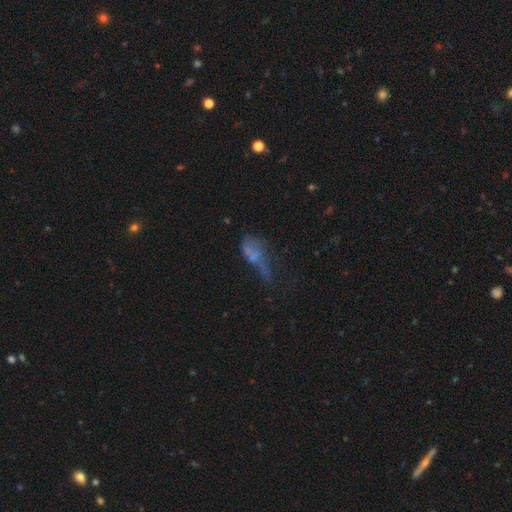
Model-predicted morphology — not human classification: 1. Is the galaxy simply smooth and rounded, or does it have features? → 43% smooth, 36% featured or disk, 21% star or artifact.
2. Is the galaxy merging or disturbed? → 40% major disturbance, 25% none, 20% minor disturbance, 14% merger.